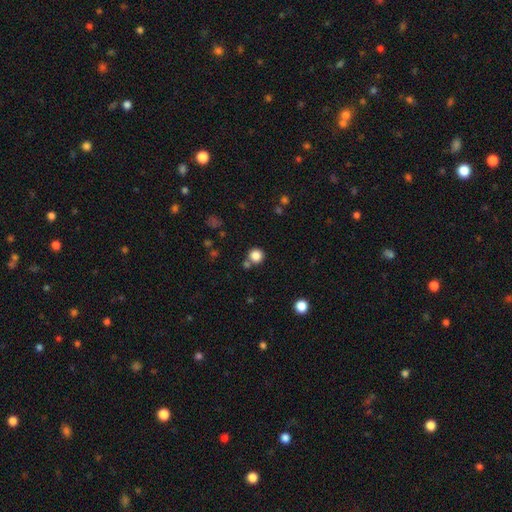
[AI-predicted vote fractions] smooth-or-featured: smooth: 84% | star or artifact: 12% | featured or disk: 4%
  how-rounded: round: 94% | in between: 6% | cigar-shaped: 1%
  merging: none: 75% | merger: 14% | minor disturbance: 8% | major disturbance: 3%